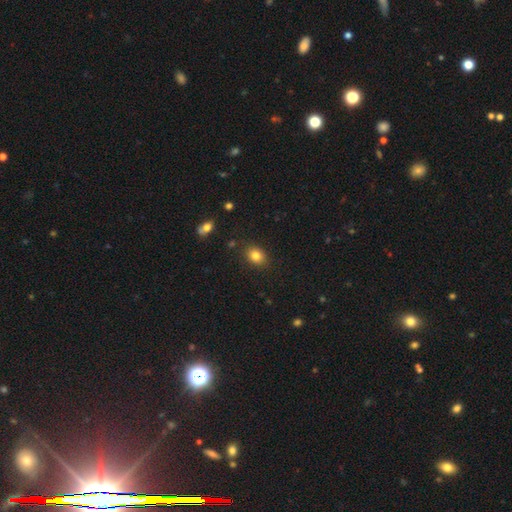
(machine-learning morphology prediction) This is clearly a smooth galaxy (82%). How rounded: likely in between (61%). Merging: clearly none (85%).